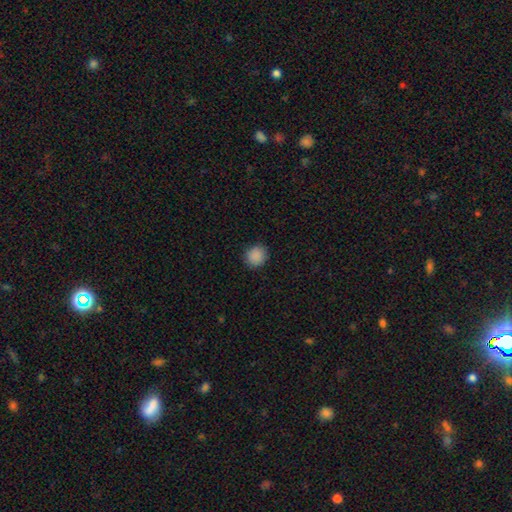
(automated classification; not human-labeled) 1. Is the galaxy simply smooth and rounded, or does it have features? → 89% smooth, 9% star or artifact, 2% featured or disk.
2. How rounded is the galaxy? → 88% round, 11% in between, 1% cigar-shaped.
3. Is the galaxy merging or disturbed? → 90% none, 7% minor disturbance, 2% major disturbance, 1% merger.